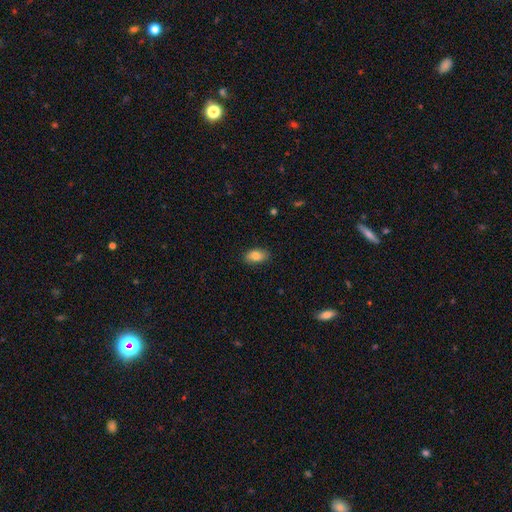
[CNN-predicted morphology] smooth 83%, featured or disk 9%, star or artifact 7%. Down the decision tree: how rounded — in between (91%); merging — none (86%).